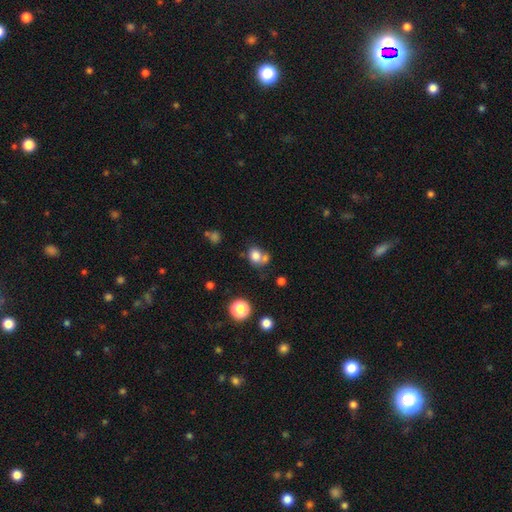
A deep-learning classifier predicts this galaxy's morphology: smooth-or-featured: smooth: 78% | star or artifact: 12% | featured or disk: 9%
  how-rounded: round: 65% | in between: 34% | cigar-shaped: 1%
  merging: none: 45% | merger: 36% | minor disturbance: 13% | major disturbance: 6%